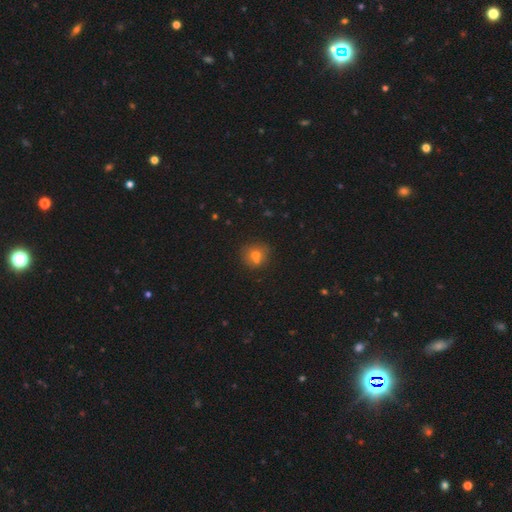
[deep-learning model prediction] Smooth or featured? Predicted: smooth (p=0.68). How rounded? Predicted: round (p=0.83). Merging? Predicted: none (p=0.60).